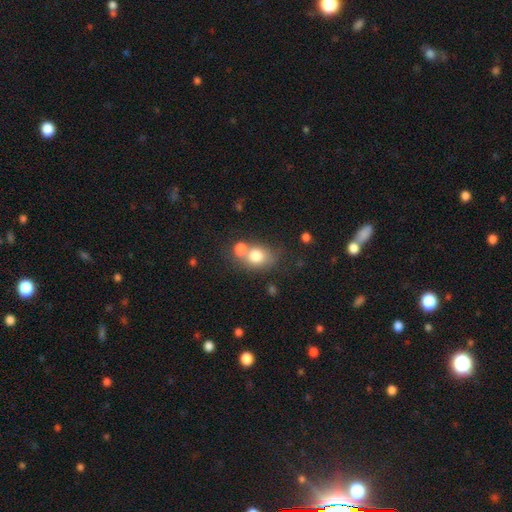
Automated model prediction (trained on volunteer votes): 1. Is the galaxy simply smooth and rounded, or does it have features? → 76% smooth, 13% featured or disk, 11% star or artifact.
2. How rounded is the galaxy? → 53% round, 45% in between, 1% cigar-shaped.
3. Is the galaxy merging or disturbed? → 43% merger, 39% none, 12% minor disturbance, 6% major disturbance.